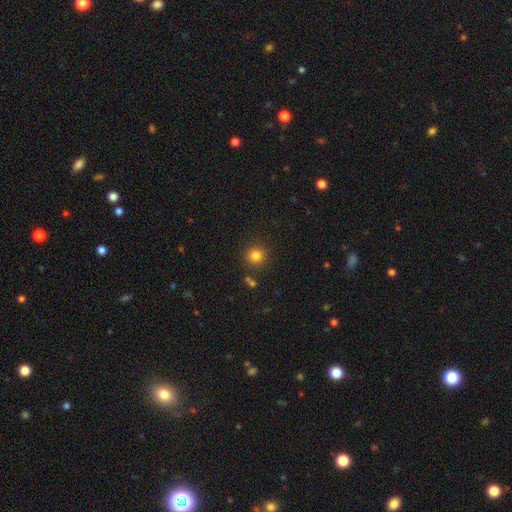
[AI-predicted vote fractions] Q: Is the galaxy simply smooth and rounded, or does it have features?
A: smooth — 82%.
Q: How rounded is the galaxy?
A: round — 92%.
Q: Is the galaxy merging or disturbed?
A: none — 87%.